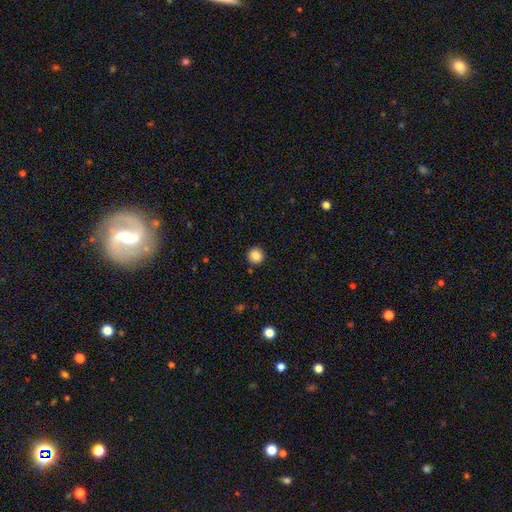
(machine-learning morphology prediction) A smooth galaxy with no disk features (86%) that is round (93%).

Vote fractions:
- Smooth or featured? smooth: 86% / star or artifact: 10% / featured or disk: 4%
- How rounded? round: 93% / in between: 6% / cigar-shaped: 1%
- Merging? none: 91% / minor disturbance: 5% / major disturbance: 2% / merger: 1%